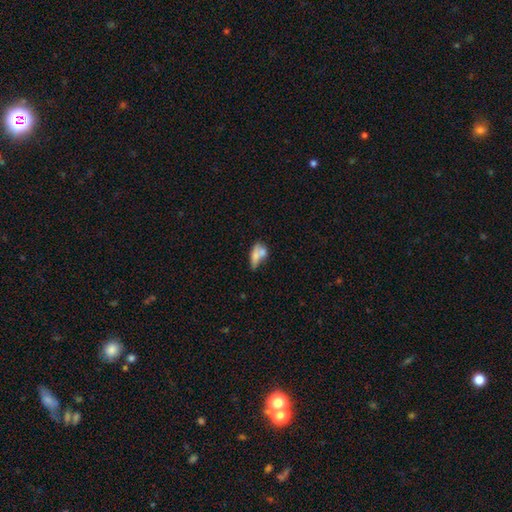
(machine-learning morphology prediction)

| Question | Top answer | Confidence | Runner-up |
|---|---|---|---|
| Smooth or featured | smooth | 63% | featured or disk (27%) |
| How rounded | in between | 75% | cigar-shaped (15%) |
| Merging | merger | 49% | none (24%) |